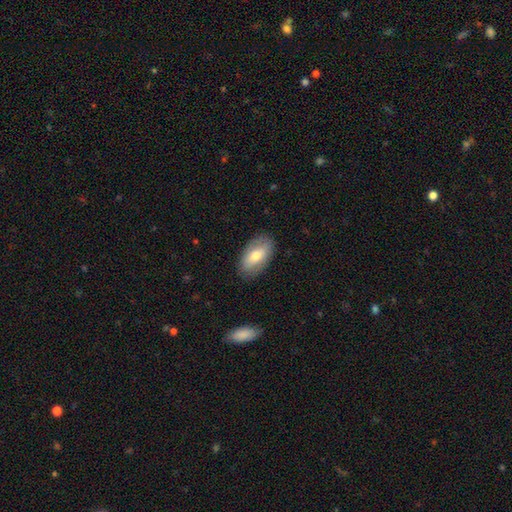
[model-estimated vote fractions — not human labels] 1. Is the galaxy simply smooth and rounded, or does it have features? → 68% smooth, 26% featured or disk, 7% star or artifact.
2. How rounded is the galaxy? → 92% in between, 4% round, 3% cigar-shaped.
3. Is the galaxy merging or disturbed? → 83% none, 12% minor disturbance, 3% major disturbance, 1% merger.